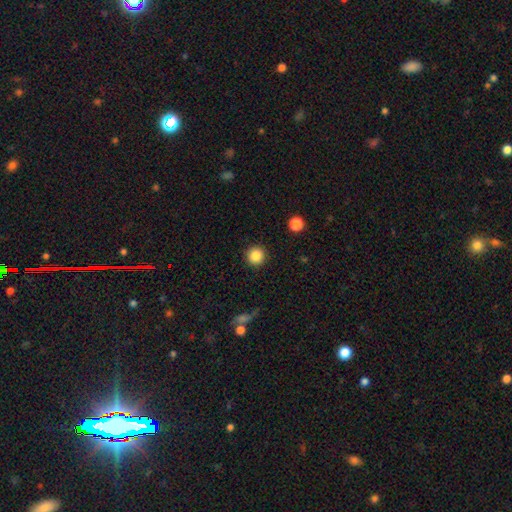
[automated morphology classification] type=smooth (86%); roundness=round (95%); merging=none (90%).